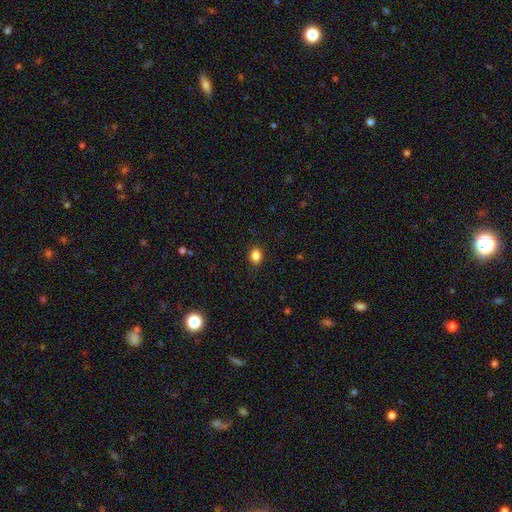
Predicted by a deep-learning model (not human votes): Smooth or featured?
  - smooth: 85% *
  - star or artifact: 10%
  - featured or disk: 4%
How rounded?
  - in between: 58% *
  - round: 41%
  - cigar-shaped: 1%
Merging?
  - none: 90% *
  - minor disturbance: 7%
  - major disturbance: 2%
  - merger: 1%